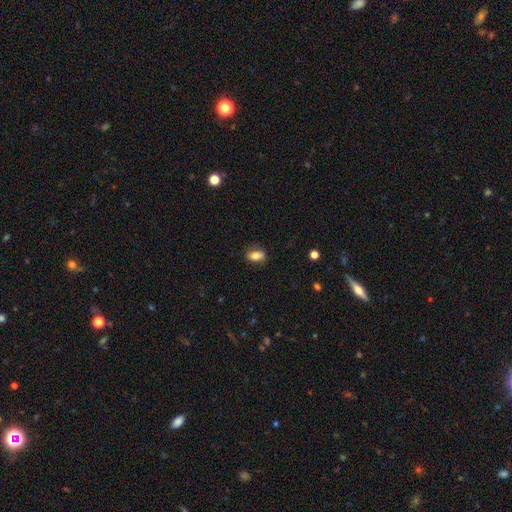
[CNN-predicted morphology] The model was most divided on "smooth or featured": smooth: 73%, featured or disk: 18%, star or artifact: 9%. More confident: how rounded — in between (80%); merging — none (76%).